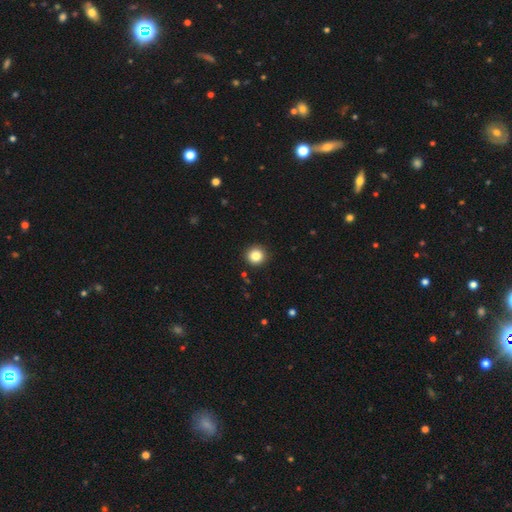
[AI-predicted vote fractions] Smooth or featured?
  - smooth: 85% *
  - star or artifact: 10%
  - featured or disk: 4%
How rounded?
  - round: 94% *
  - in between: 5%
  - cigar-shaped: 1%
Merging?
  - none: 92% *
  - minor disturbance: 5%
  - major disturbance: 2%
  - merger: 1%